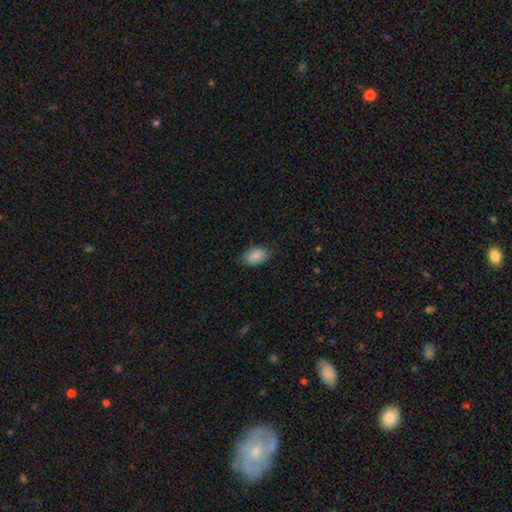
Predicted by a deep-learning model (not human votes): Overall: smooth (82%). How rounded: in between (90%). Merging: none (71%).